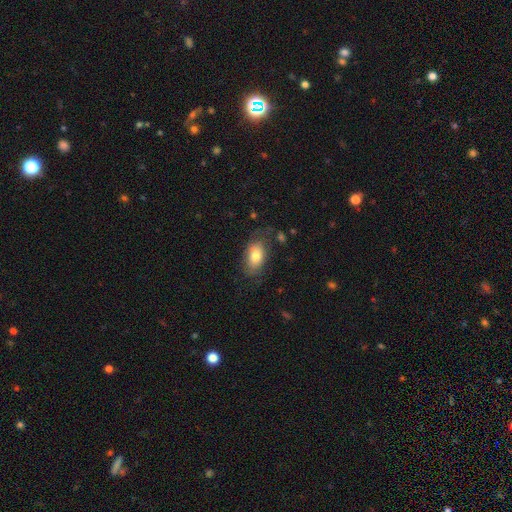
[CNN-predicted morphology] Q: Smooth or featured?
A: smooth (74%); runner-up: featured or disk (19%)
Q: How rounded?
A: in between (90%); runner-up: round (8%)
Q: Merging?
A: none (61%); runner-up: minor disturbance (24%)